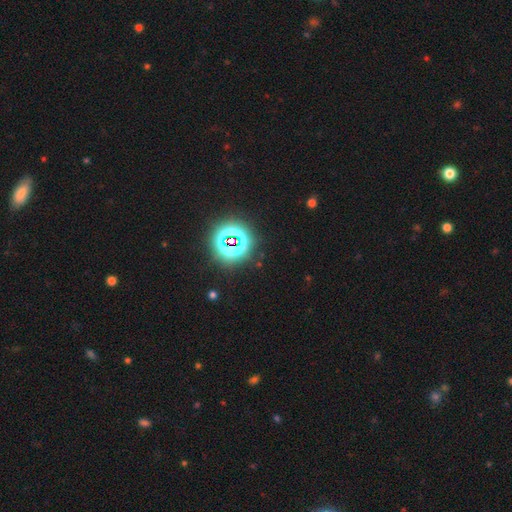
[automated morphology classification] A star or artifact, not a galaxy (81%).